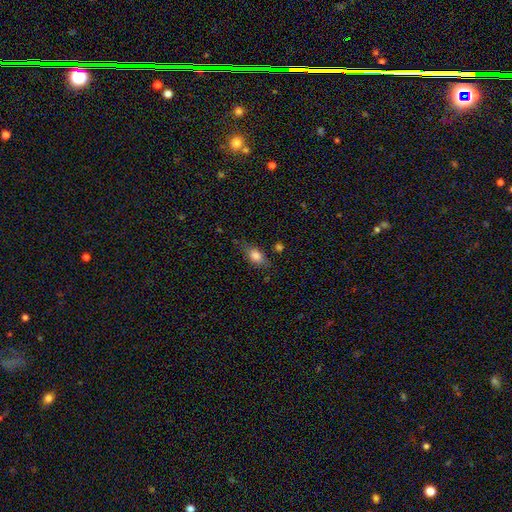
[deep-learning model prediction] smooth 78%, featured or disk 13%, star or artifact 9%. Down the decision tree: how rounded — in between (82%); merging — none (66%).